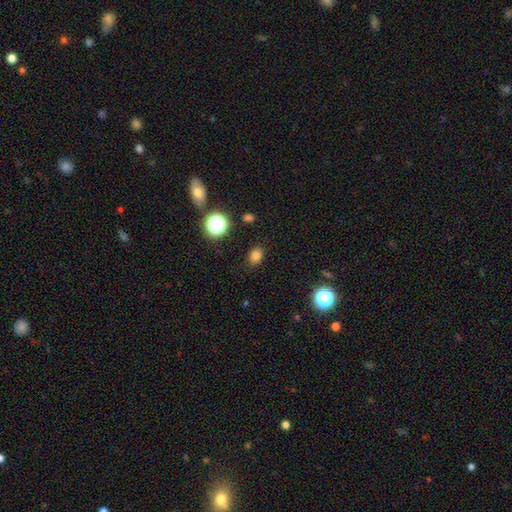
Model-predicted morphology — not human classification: A smooth galaxy with no disk features (79%) that is in between round and cigar-shaped (61%).

Vote fractions:
- Smooth or featured? smooth: 79% / star or artifact: 16% / featured or disk: 5%
- How rounded? in between: 61% / round: 38% / cigar-shaped: 1%
- Merging? none: 86% / minor disturbance: 10% / major disturbance: 3% / merger: 1%